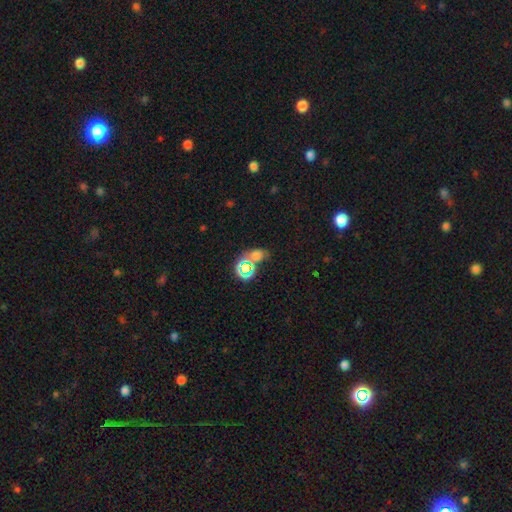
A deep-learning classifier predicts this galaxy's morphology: Q: Smooth or featured?
A: smooth (50%); runner-up: star or artifact (39%)
Q: How rounded?
A: in between (53%); runner-up: round (46%)
Q: Merging?
A: none (50%); runner-up: merger (28%)